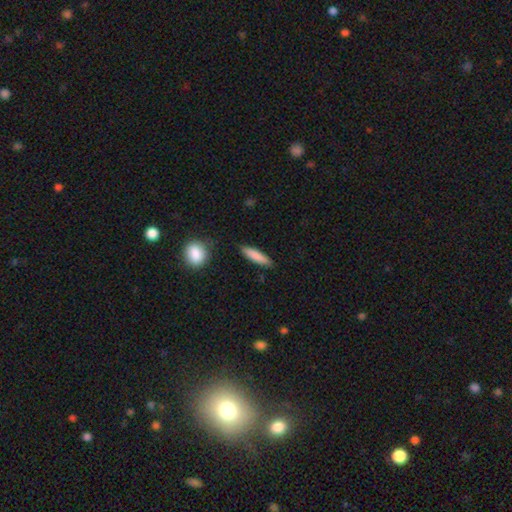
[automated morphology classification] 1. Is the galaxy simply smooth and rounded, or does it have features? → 83% smooth, 11% featured or disk, 6% star or artifact.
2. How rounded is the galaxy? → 77% cigar-shaped, 21% in between, 2% round.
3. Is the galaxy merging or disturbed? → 86% none, 10% minor disturbance, 2% major disturbance, 2% merger.